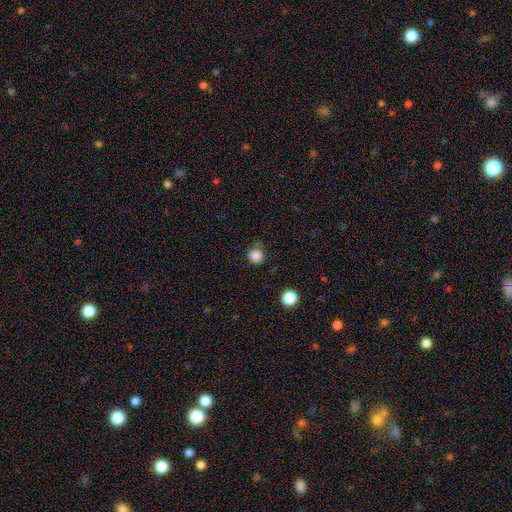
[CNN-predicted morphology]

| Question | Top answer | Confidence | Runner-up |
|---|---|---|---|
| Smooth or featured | smooth | 84% | star or artifact (13%) |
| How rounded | round | 91% | in between (8%) |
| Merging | none | 79% | minor disturbance (15%) |